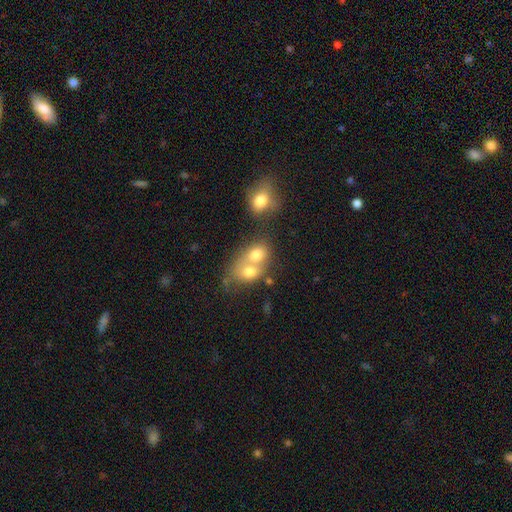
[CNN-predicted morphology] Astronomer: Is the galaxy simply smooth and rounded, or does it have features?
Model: smooth — 67%.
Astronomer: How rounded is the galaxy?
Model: round — 54% (runner-up: in between, 45%).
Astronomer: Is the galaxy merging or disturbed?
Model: merger — 69%.